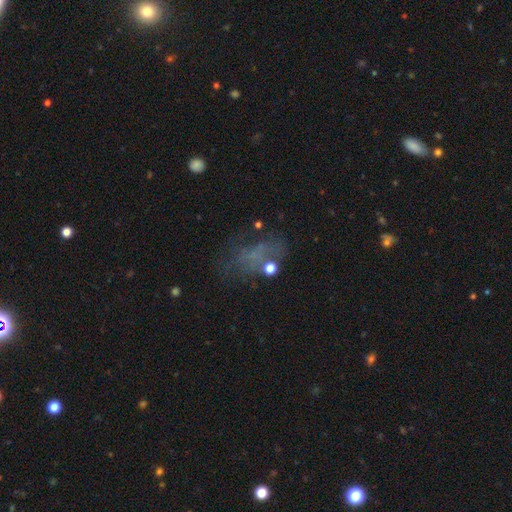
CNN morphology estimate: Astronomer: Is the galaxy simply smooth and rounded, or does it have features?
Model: smooth — 42% (runner-up: featured or disk, 30%).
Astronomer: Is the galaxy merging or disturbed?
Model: none — 46% (runner-up: major disturbance, 28%).